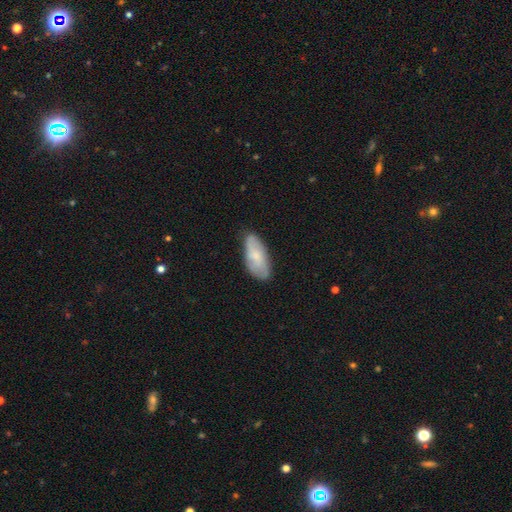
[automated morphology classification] smooth-or-featured: smooth: 63% | featured or disk: 31% | star or artifact: 6%
  how-rounded: in between: 87% | cigar-shaped: 11% | round: 2%
  merging: none: 74% | minor disturbance: 20% | major disturbance: 4% | merger: 1%